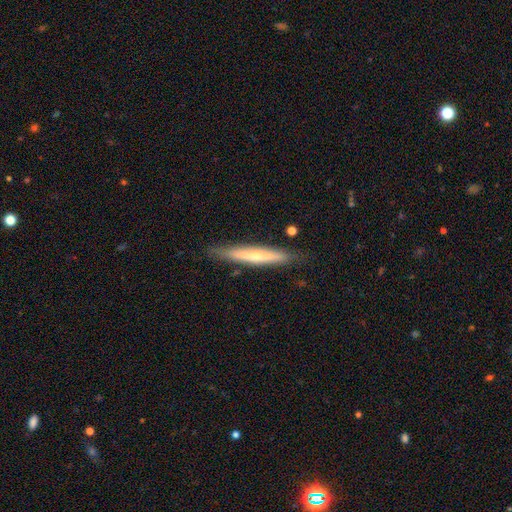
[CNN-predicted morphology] Smooth or featured? Predicted: featured or disk (p=0.53). Edge-on disk? Predicted: yes (p=0.91). Merging? Predicted: none (p=0.85).